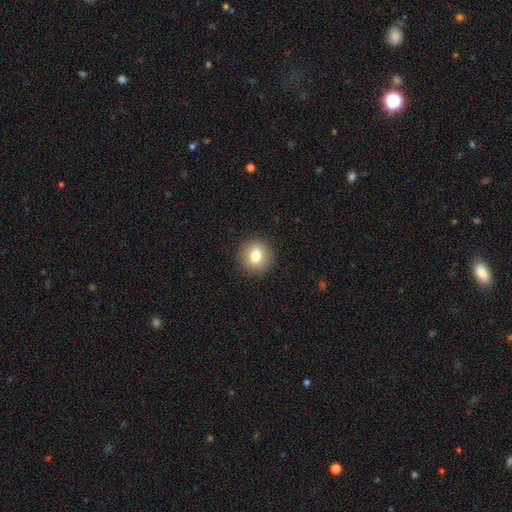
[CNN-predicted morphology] A smooth galaxy with no disk features (74%) that is round (81%).

Vote fractions:
- Smooth or featured? smooth: 74% / featured or disk: 16% / star or artifact: 10%
- How rounded? round: 81% / in between: 18% / cigar-shaped: 1%
- Merging? none: 90% / minor disturbance: 7% / major disturbance: 2% / merger: 1%